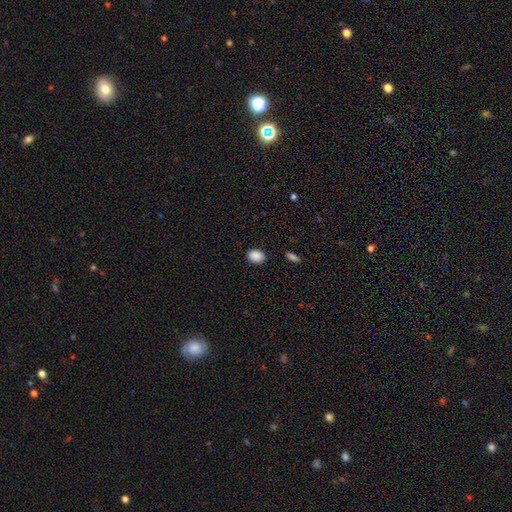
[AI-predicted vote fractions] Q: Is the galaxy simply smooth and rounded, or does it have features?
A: smooth — 89%.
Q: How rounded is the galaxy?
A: in between — 61%.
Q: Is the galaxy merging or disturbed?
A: none — 86%.